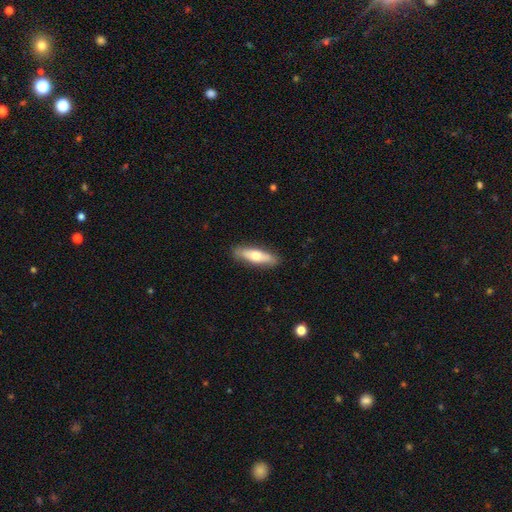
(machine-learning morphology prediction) This appears to be a smooth galaxy with no disk features (61%) that is cigar-shaped (62%). Merging: none (87%).